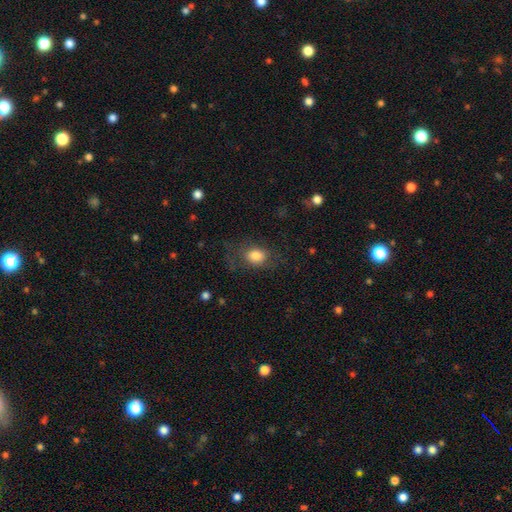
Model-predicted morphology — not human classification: Smooth or featured? Predicted: smooth (p=0.79). How rounded? Predicted: in between (p=0.61). Merging? Predicted: none (p=0.64).